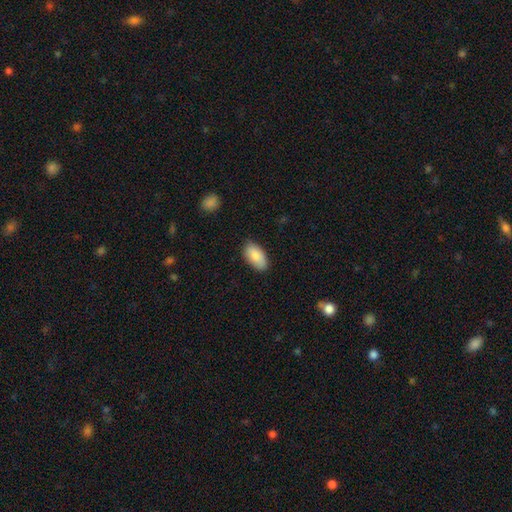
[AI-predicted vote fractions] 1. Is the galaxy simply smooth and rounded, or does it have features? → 87% smooth, 7% featured or disk, 6% star or artifact.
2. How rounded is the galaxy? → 94% in between, 3% cigar-shaped, 3% round.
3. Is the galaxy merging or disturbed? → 84% none, 13% minor disturbance, 2% major disturbance, 1% merger.